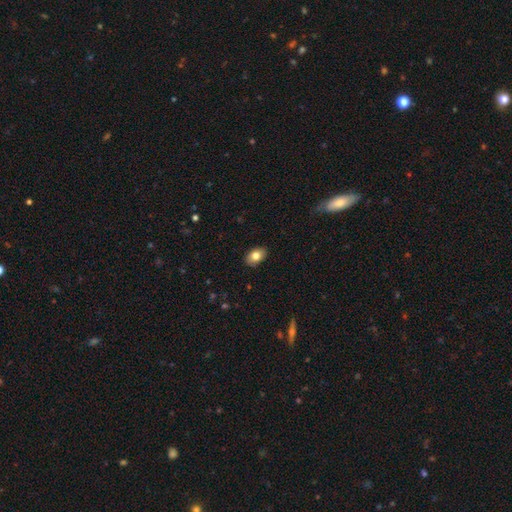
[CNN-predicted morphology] A smooth galaxy with no disk features (80%) that is in between round and cigar-shaped (85%).

Vote fractions:
- Smooth or featured? smooth: 80% / featured or disk: 12% / star or artifact: 8%
- How rounded? in between: 85% / round: 14% / cigar-shaped: 1%
- Merging? none: 87% / minor disturbance: 10% / major disturbance: 2% / merger: 1%